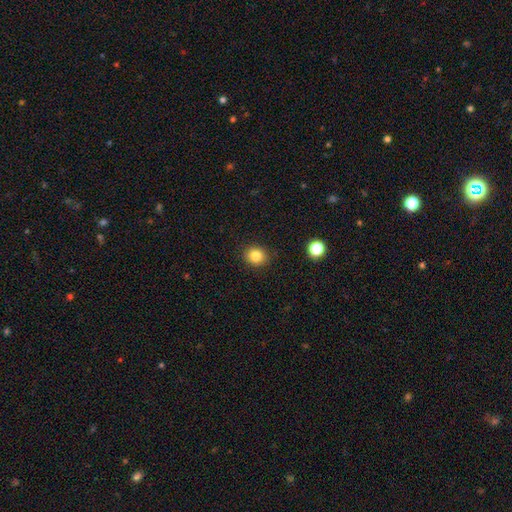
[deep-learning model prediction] smooth 83%, star or artifact 11%, featured or disk 6%. Down the decision tree: how rounded — round (79%); merging — none (89%).